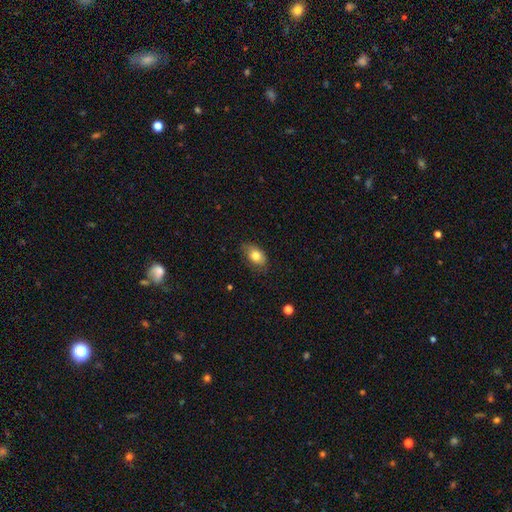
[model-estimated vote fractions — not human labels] Smooth or featured? smooth (80%)
How rounded? in between (87%)
Merging? none (73%)